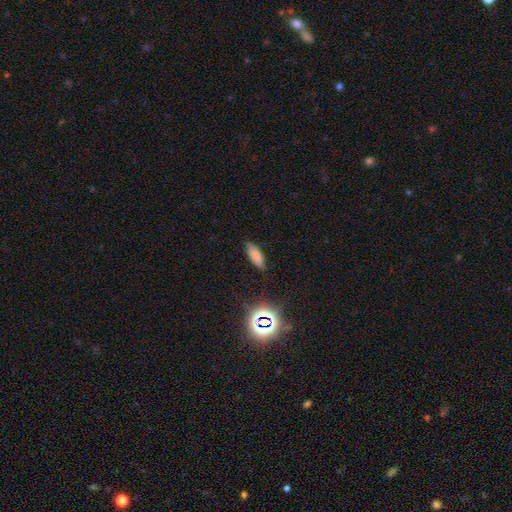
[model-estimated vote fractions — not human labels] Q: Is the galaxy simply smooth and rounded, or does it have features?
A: smooth — 78%.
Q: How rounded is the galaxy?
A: in between — 61%.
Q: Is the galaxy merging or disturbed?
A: none — 84%.